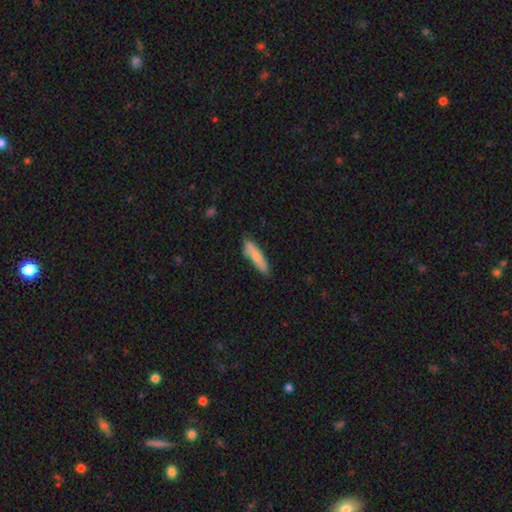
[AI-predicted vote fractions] smooth_or_featured: smooth (p=0.74) [alt: featured or disk p=0.20]
how_rounded: cigar-shaped (p=0.74) [alt: in between p=0.25]
merging: none (p=0.70) [alt: minor disturbance p=0.22]